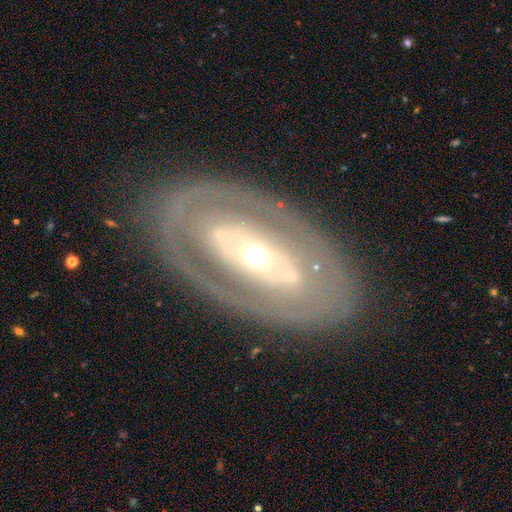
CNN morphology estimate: Smooth or featured? featured or disk (75%)
Edge-on disk? no (91%)
Bar? no (65%)
Spiral arms? no (66%)
Bulge size? moderate (58%)
Merging? none (78%)